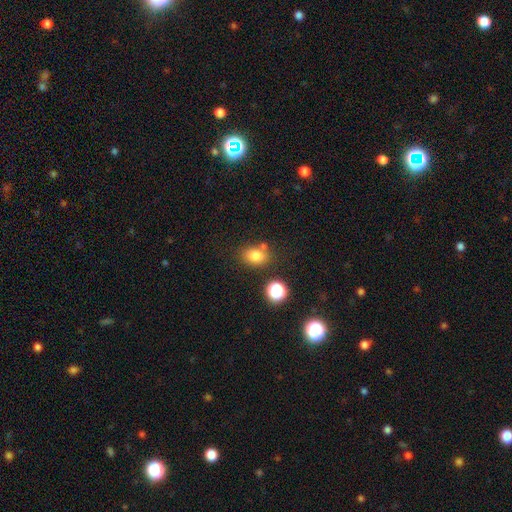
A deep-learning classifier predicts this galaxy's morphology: smooth 79%, star or artifact 13%, featured or disk 8%. Down the decision tree: how rounded — in between (64%); merging — none (71%).